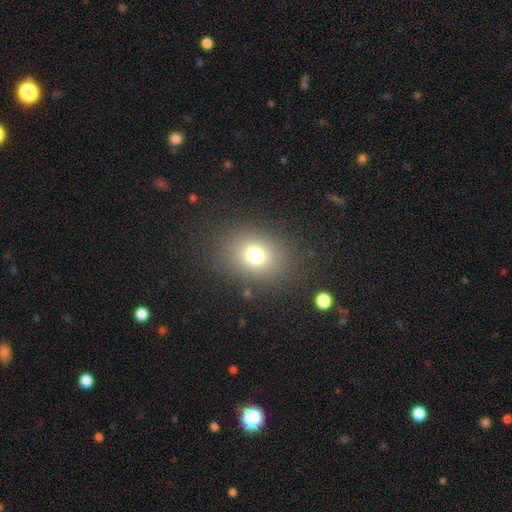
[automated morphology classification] Overall: smooth (74%). How rounded: in between (51%; round 48%). Merging: none (85%).